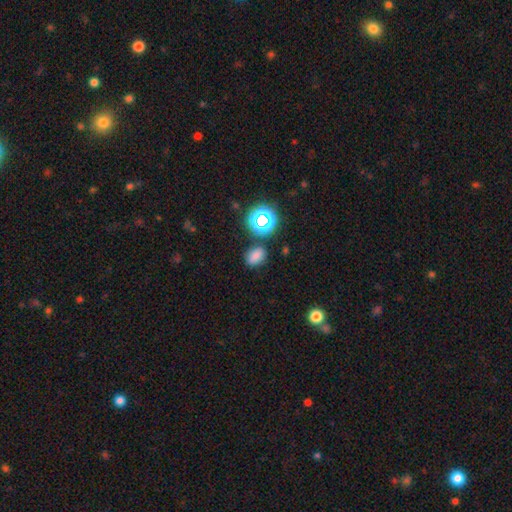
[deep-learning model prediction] A smooth galaxy with no disk features (74%) that is in between round and cigar-shaped (74%). Merging: none (78%).